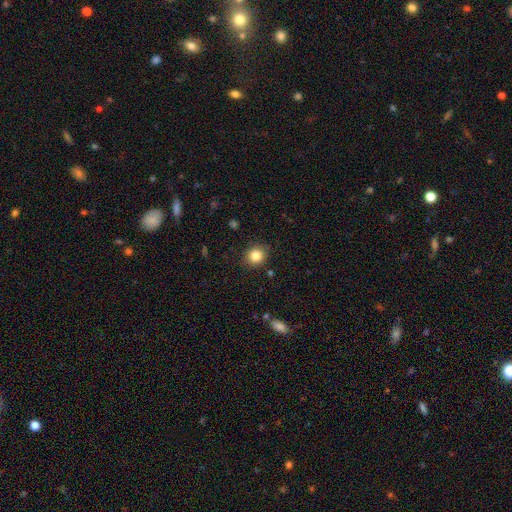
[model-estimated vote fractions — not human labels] Smooth or featured?
  - smooth: 84% *
  - star or artifact: 11%
  - featured or disk: 6%
How rounded?
  - round: 83% *
  - in between: 16%
  - cigar-shaped: 1%
Merging?
  - none: 88% *
  - minor disturbance: 8%
  - major disturbance: 2%
  - merger: 1%